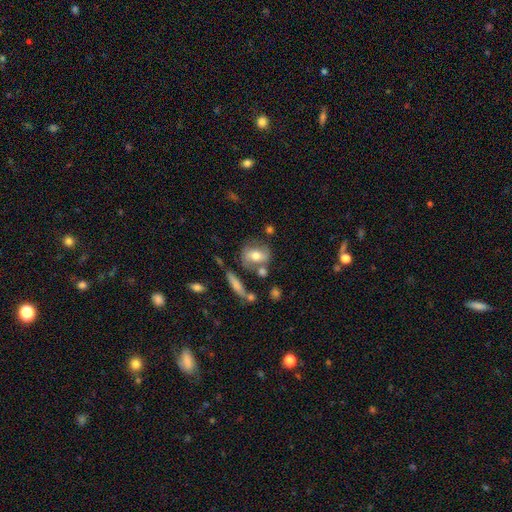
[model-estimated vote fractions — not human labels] The model was most divided on "how rounded": in between: 54%, round: 41%, cigar-shaped: 5%. More confident: merging — none (59%); smooth or featured — smooth (58%).